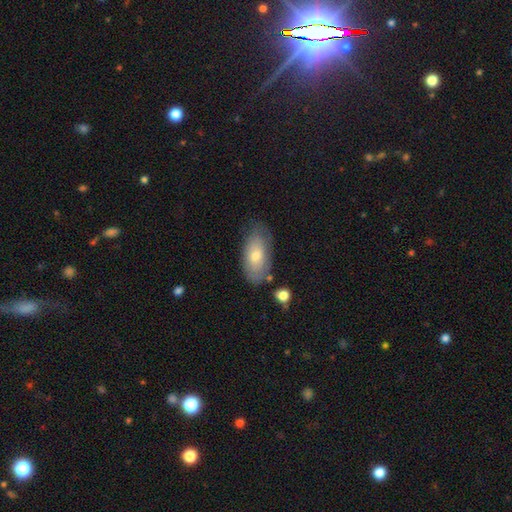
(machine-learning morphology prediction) Smooth or featured? smooth (62%)
How rounded? in between (92%)
Merging? none (67%)